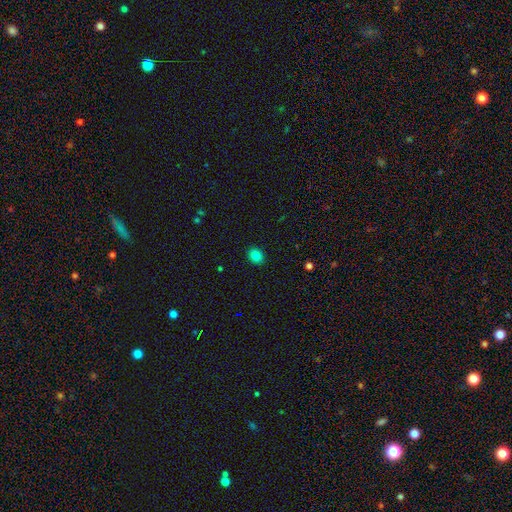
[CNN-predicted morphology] Smooth or featured?
  - smooth: 83% *
  - star or artifact: 12%
  - featured or disk: 5%
How rounded?
  - round: 57% *
  - in between: 42%
  - cigar-shaped: 1%
Merging?
  - none: 91% *
  - minor disturbance: 7%
  - major disturbance: 2%
  - merger: 1%